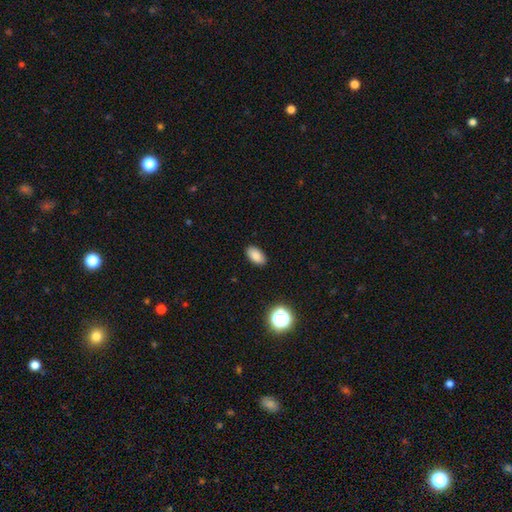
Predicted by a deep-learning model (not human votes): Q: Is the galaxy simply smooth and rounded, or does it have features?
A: smooth — 85%.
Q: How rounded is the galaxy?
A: in between — 93%.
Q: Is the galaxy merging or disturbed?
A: none — 89%.